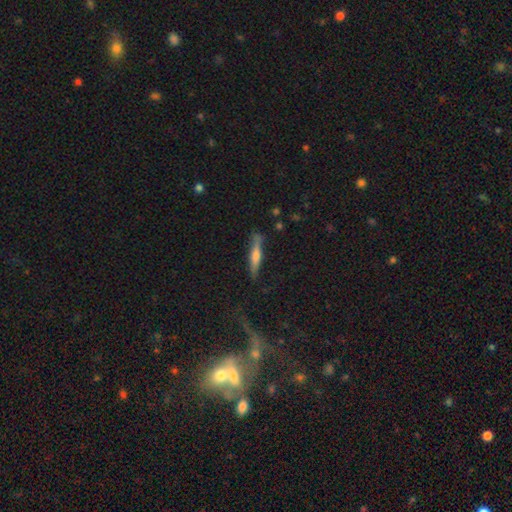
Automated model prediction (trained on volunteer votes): Smooth or featured? featured or disk (49%)
Merging? none (81%)